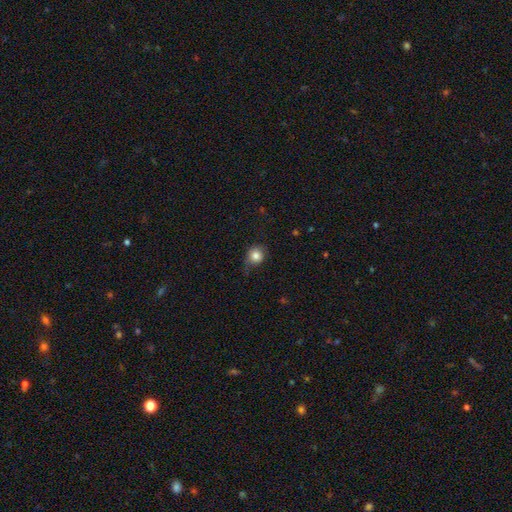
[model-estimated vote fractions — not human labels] Morphology: type=smooth (82%); roundness=round (83%); merging=none (67%).